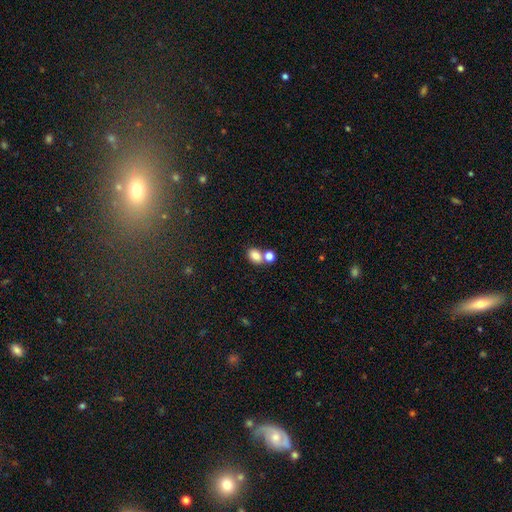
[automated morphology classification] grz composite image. It shows a smooth galaxy with no disk features (81%) that is in between round and cigar-shaped (68%). Merging: none (53%).